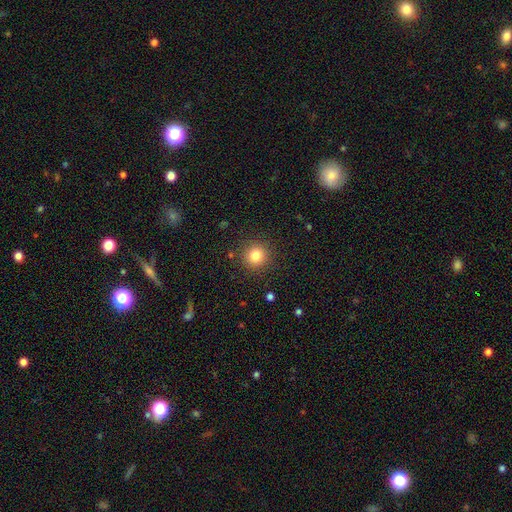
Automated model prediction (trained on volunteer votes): This is clearly a smooth galaxy (81%). How rounded: clearly round (93%). Merging: clearly none (90%).